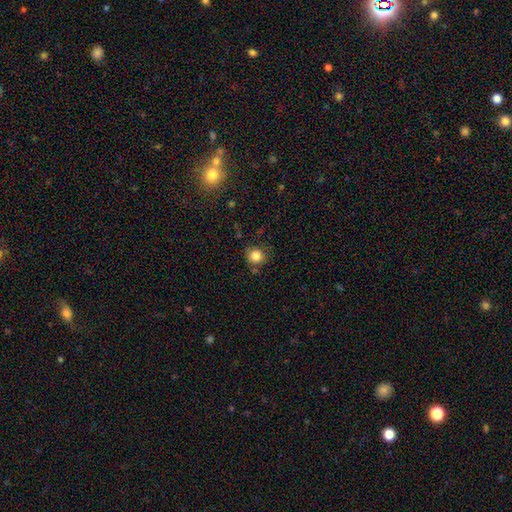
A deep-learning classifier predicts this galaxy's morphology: Smooth or featured? smooth (83%)
How rounded? round (89%)
Merging? none (78%)